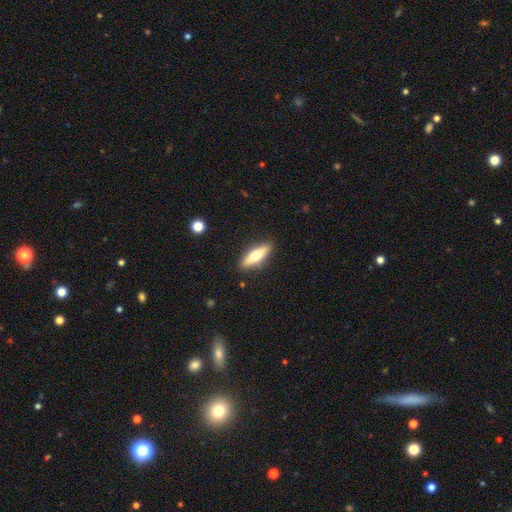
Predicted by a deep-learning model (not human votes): Smooth or featured?
  - smooth: 50% *
  - featured or disk: 45%
  - star or artifact: 6%
Merging?
  - none: 89% *
  - minor disturbance: 8%
  - major disturbance: 2%
  - merger: 1%